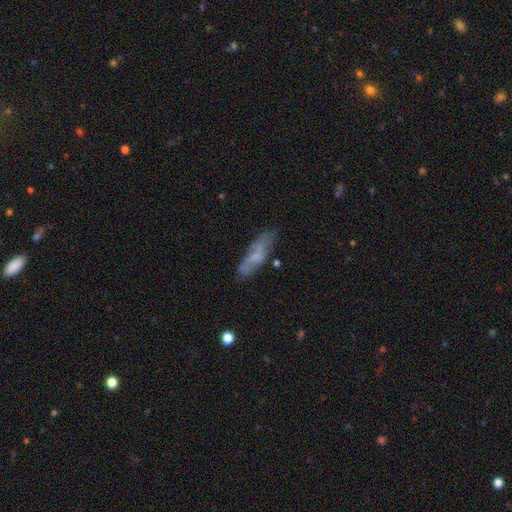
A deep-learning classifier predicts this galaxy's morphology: Smooth or featured: smooth — 52% (featured or disk — 40%)
How rounded: cigar-shaped — 58% (in between — 40%)
Merging: none — 66% (minor disturbance — 22%)